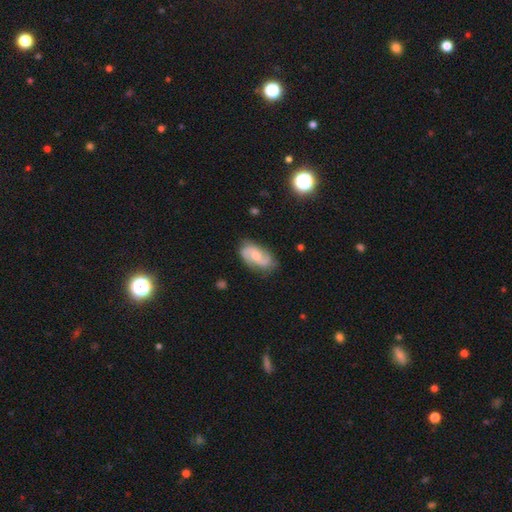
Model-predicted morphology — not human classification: A featured or disk galaxy (67%) with no bar (56%), 2 (84%) medium (46%) spiral arms (92%) and a moderate central bulge (54%). Merging: none (77%).